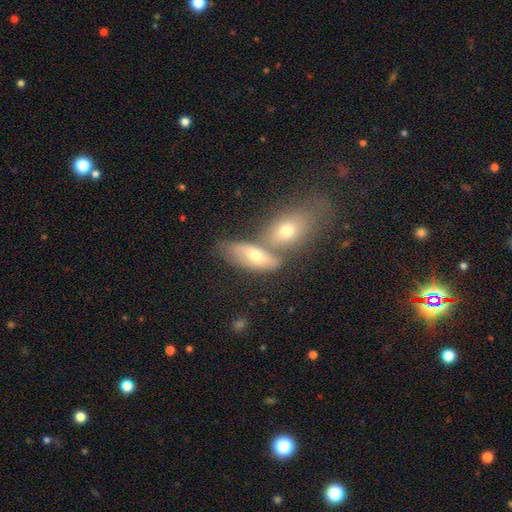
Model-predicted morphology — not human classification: type=smooth (62%); roundness=in between (77%); merging=merger (46%).